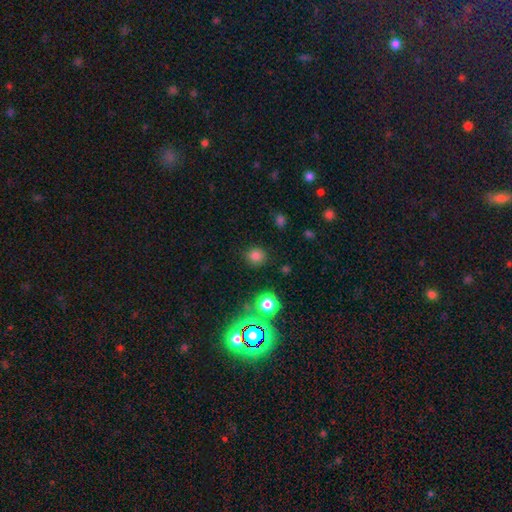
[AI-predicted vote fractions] A smooth galaxy with no disk features (76%) that is round (88%).

Vote fractions:
- Smooth or featured? smooth: 76% / star or artifact: 19% / featured or disk: 5%
- How rounded? round: 88% / in between: 12% / cigar-shaped: 1%
- Merging? none: 87% / minor disturbance: 8% / major disturbance: 3% / merger: 2%